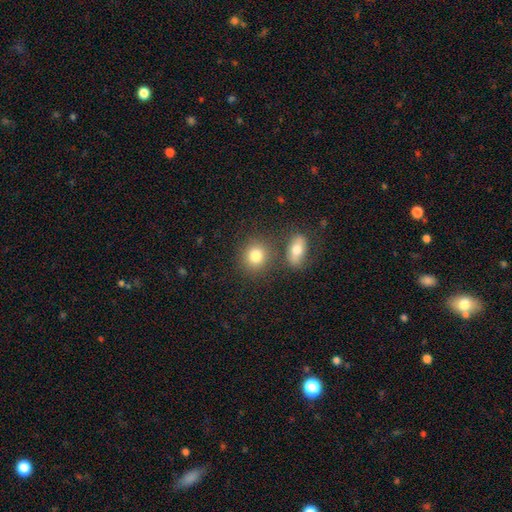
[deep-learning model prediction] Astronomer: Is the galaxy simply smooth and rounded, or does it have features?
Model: smooth — 82%.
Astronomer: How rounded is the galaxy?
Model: round — 75%.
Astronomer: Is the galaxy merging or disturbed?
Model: none — 73%.